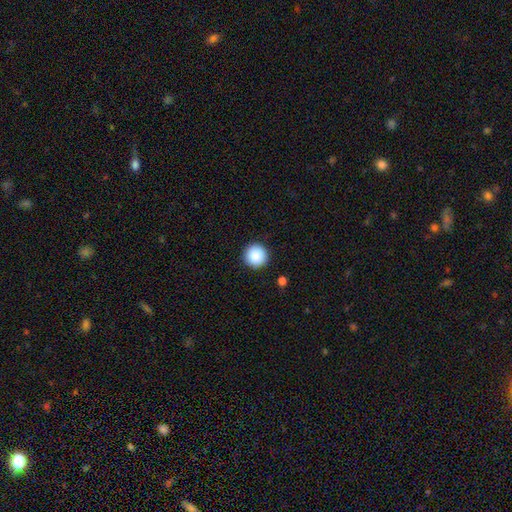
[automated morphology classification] Smooth or featured: smooth — 89% (star or artifact — 8%)
How rounded: round — 96% (in between — 3%)
Merging: none — 92% (minor disturbance — 5%)